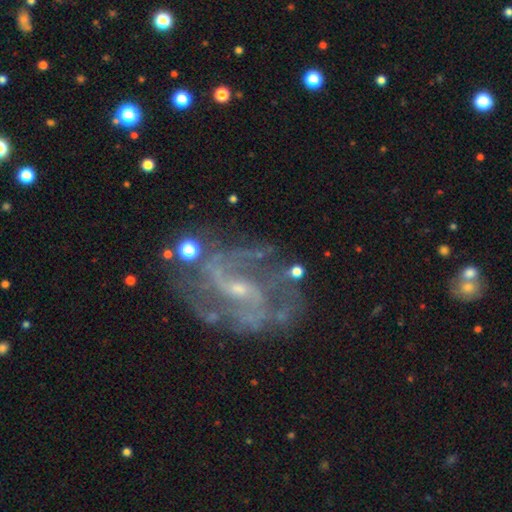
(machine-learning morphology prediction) A featured or disk galaxy (88%) with a weak bar (52%), 2 (62%) medium (52%) spiral arms (95%) and a small central bulge (73%).

Vote fractions:
- Smooth or featured? featured or disk: 88% / star or artifact: 7% / smooth: 4%
- Edge-on disk? no: 98% / yes: 2%
- Bar? weak: 52% / no: 29% / strong: 19%
- Spiral arms? yes: 95% / no: 5%
- Spiral winding? medium: 52% / loose: 28% / tight: 19%
- Spiral arm count? 2: 62% / can't tell: 14% / 3: 12% / 4: 5% / 1: 4% / more than 4: 4%
- Bulge size? small: 73% / moderate: 19% / none: 6% / large: 1% / dominant: 1%
- Merging? none: 61% / minor disturbance: 19% / major disturbance: 15% / merger: 4%